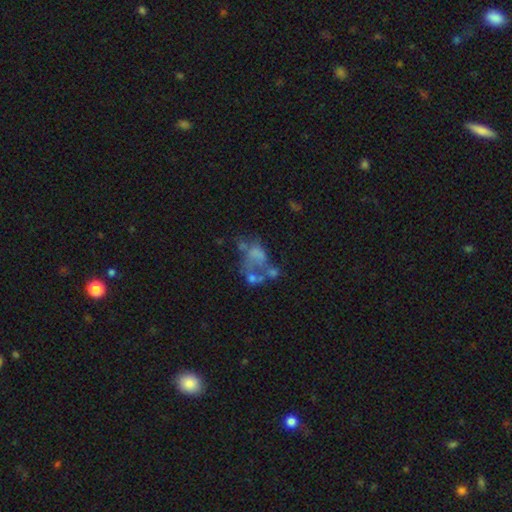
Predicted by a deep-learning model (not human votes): The model was most divided on "merging": merger: 34%, major disturbance: 31%, none: 23%, minor disturbance: 13%. More confident: edge-on disk — no (98%); spiral arms — no (94%); bar — no (93%); bulge size — none (79%); smooth or featured — featured or disk (53%).